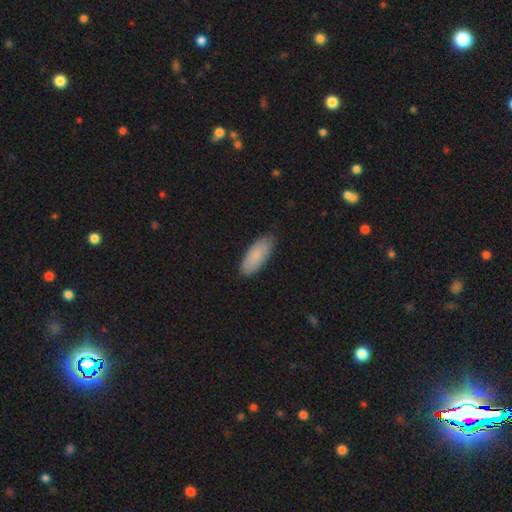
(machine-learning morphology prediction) Q: Smooth or featured?
A: smooth (85%); runner-up: featured or disk (10%)
Q: How rounded?
A: in between (80%); runner-up: cigar-shaped (18%)
Q: Merging?
A: none (82%); runner-up: minor disturbance (15%)